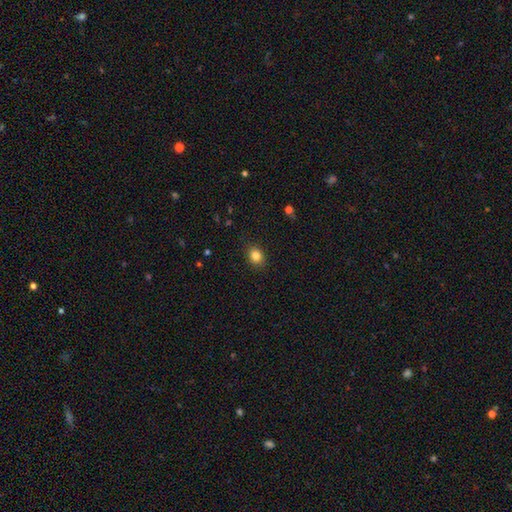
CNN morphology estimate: smooth-or-featured: smooth: 84% | star or artifact: 10% | featured or disk: 5%
  how-rounded: in between: 51% | round: 48% | cigar-shaped: 1%
  merging: none: 87% | minor disturbance: 9% | major disturbance: 2% | merger: 1%